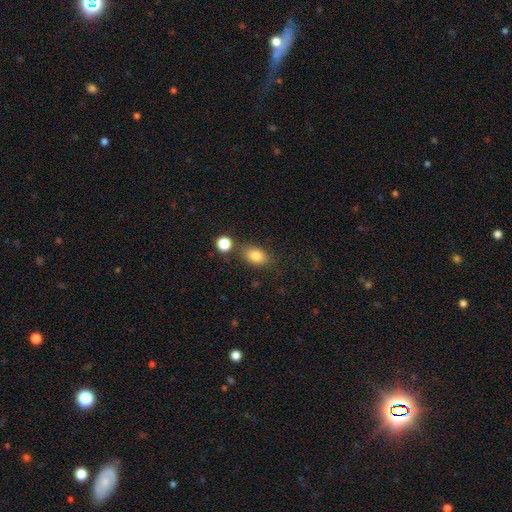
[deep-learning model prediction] Smooth or featured? Predicted: smooth (p=0.83). How rounded? Predicted: in between (p=0.80). Merging? Predicted: none (p=0.74).